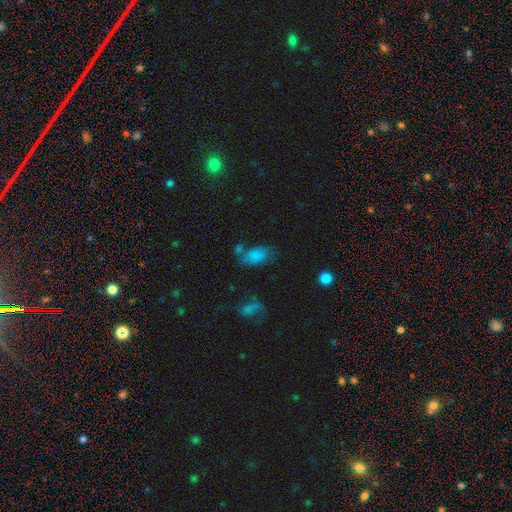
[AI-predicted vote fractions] A smooth galaxy with no disk features (79%) that is in between round and cigar-shaped (91%).

Vote fractions:
- Smooth or featured? smooth: 79% / star or artifact: 11% / featured or disk: 10%
- How rounded? in between: 91% / round: 6% / cigar-shaped: 3%
- Merging? none: 51% / minor disturbance: 22% / merger: 15% / major disturbance: 11%